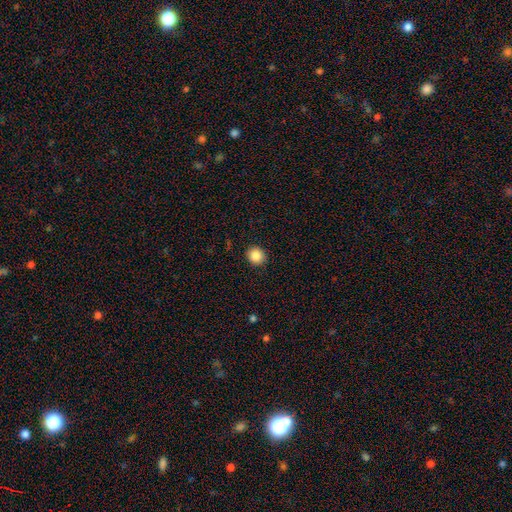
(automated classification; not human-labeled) This is clearly a smooth galaxy (86%). How rounded: clearly round (87%). Merging: clearly none (91%).